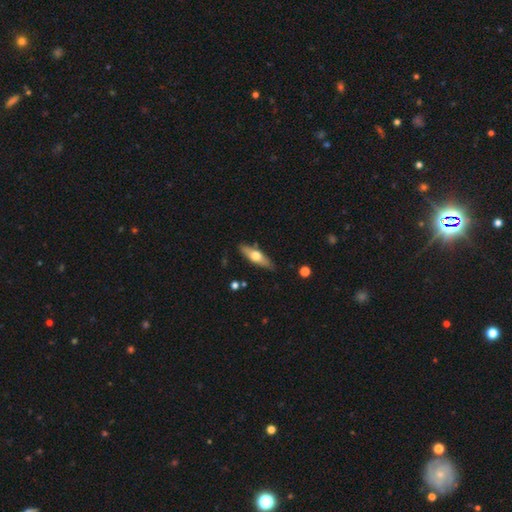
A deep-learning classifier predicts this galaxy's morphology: smooth 48%, featured or disk 46%, star or artifact 5%. Down the decision tree: merging — none (85%).